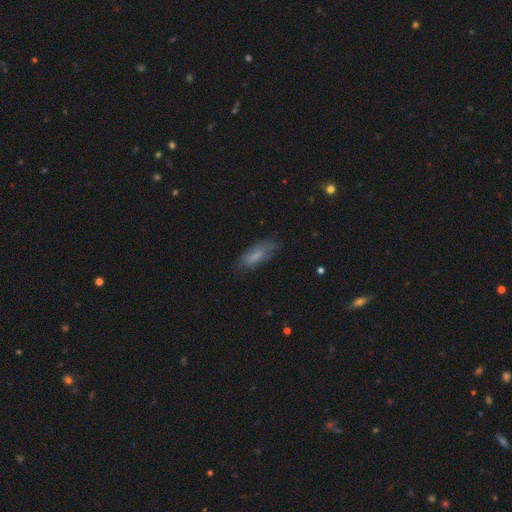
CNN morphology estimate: Smooth or featured? smooth (69%)
How rounded? in between (70%)
Merging? none (59%)